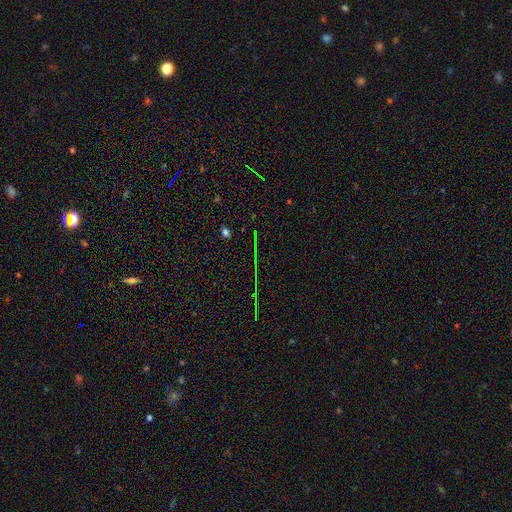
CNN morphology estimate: Overall: star or artifact (77%).